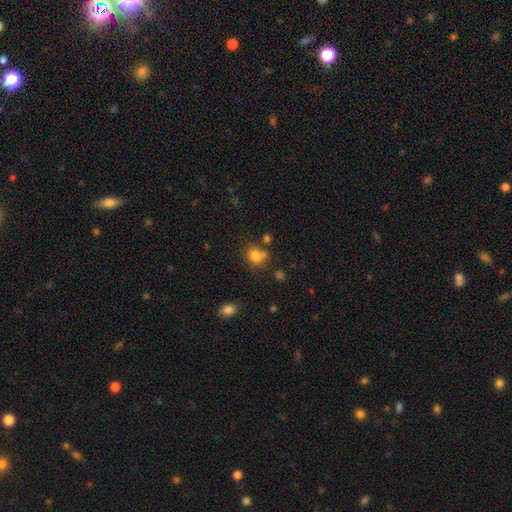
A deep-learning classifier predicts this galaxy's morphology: type=smooth (79%); roundness=round (64%); merging=none (59%).